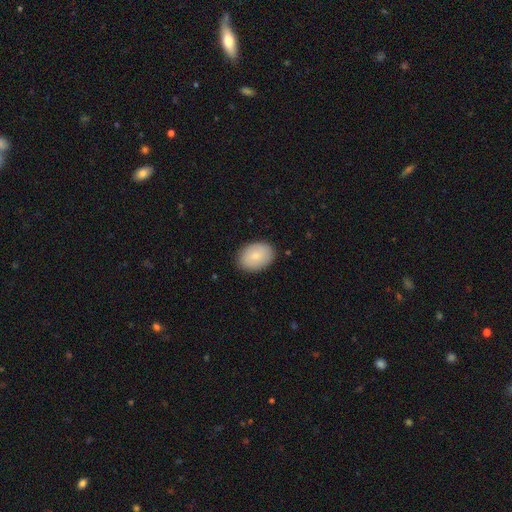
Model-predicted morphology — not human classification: Smooth or featured? smooth (82%)
How rounded? in between (79%)
Merging? none (87%)